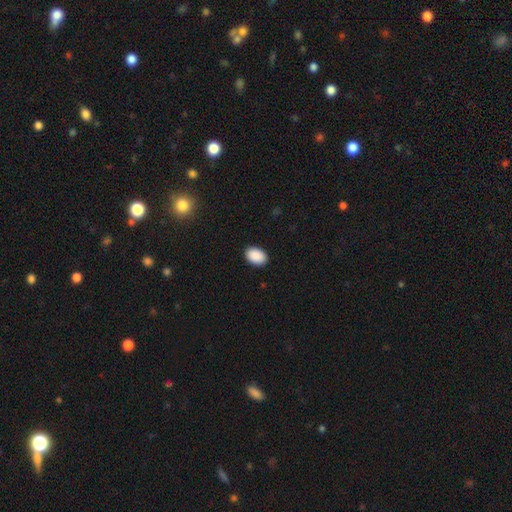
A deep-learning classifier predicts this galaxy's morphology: This is clearly a smooth galaxy (91%). How rounded: clearly in between (85%). Merging: clearly none (90%).